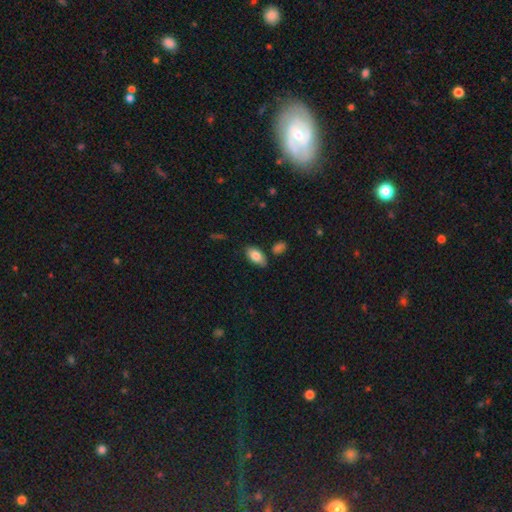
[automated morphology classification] A smooth galaxy with no disk features (83%) that is in between round and cigar-shaped (94%). Merging: none (78%).